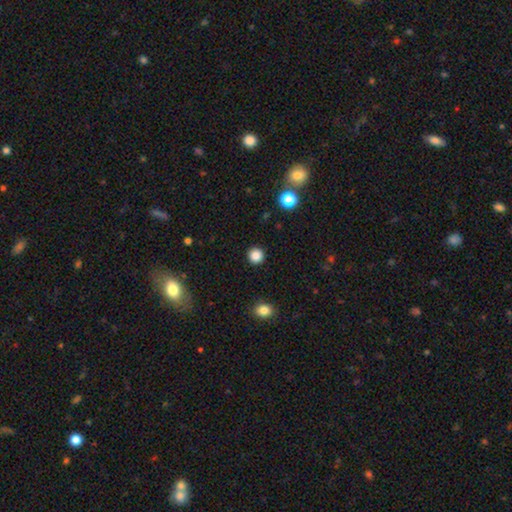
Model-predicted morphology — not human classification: A smooth galaxy with no disk features (86%) that is round (95%). Merging: none (92%).